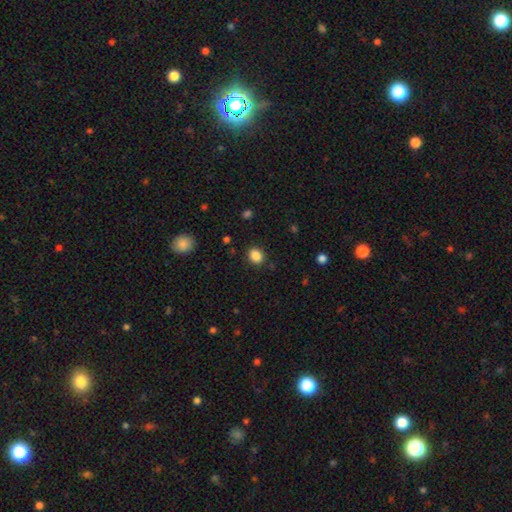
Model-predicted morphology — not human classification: A smooth galaxy with no disk features (87%) that is round (56%). Merging: none (88%).